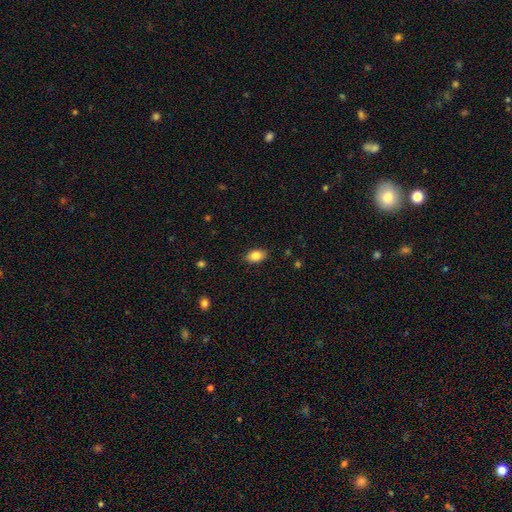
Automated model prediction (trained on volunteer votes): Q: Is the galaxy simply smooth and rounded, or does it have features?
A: smooth — 84%.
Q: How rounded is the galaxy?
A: in between — 88%.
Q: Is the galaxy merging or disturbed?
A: none — 86%.